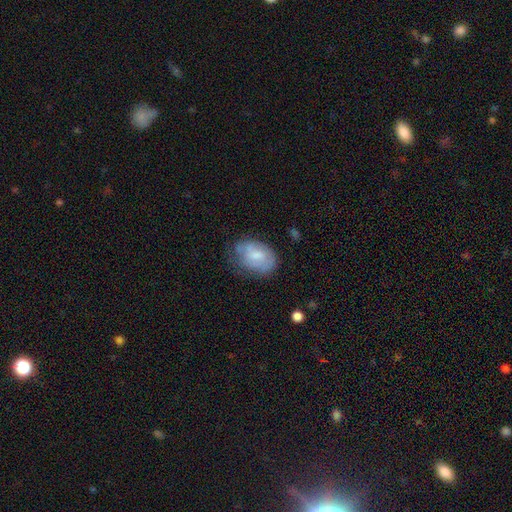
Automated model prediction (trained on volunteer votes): Smooth or featured? Predicted: smooth (p=0.62). How rounded? Predicted: in between (p=0.84). Merging? Predicted: none (p=0.54).